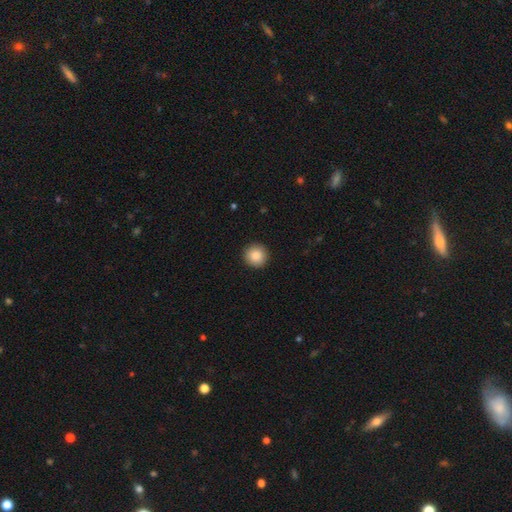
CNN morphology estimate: A smooth galaxy with no disk features (88%) that is round (95%).

Vote fractions:
- Smooth or featured? smooth: 88% / star or artifact: 8% / featured or disk: 4%
- How rounded? round: 95% / in between: 4% / cigar-shaped: 1%
- Merging? none: 93% / minor disturbance: 5% / major disturbance: 2% / merger: 1%